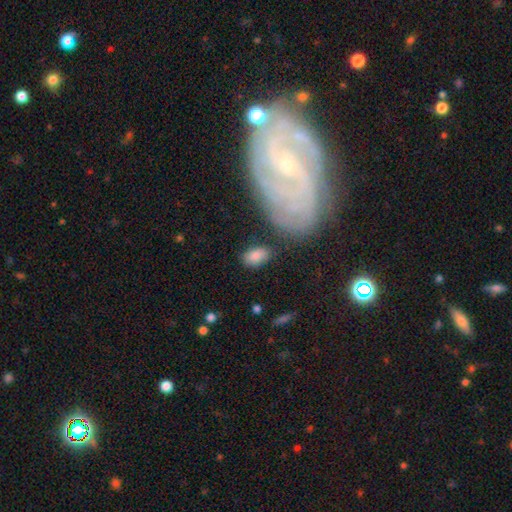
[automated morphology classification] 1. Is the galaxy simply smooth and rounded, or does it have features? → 83% smooth, 10% featured or disk, 7% star or artifact.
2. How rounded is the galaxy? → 90% in between, 8% round, 2% cigar-shaped.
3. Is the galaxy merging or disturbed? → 71% none, 17% minor disturbance, 6% major disturbance, 5% merger.